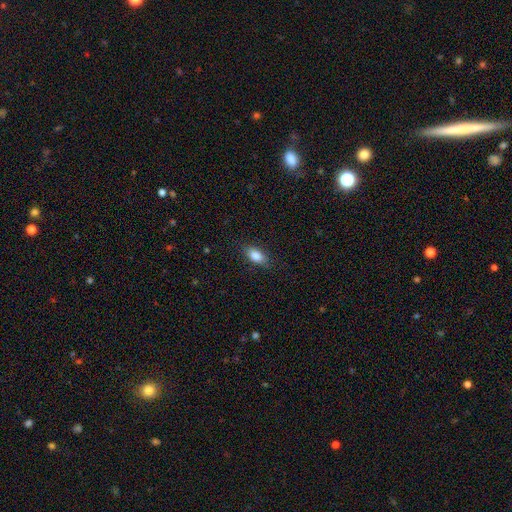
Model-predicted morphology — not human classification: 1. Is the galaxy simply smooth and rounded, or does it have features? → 85% smooth, 8% featured or disk, 7% star or artifact.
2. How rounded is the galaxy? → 87% in between, 8% cigar-shaped, 5% round.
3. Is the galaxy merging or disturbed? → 85% none, 11% minor disturbance, 3% major disturbance, 1% merger.